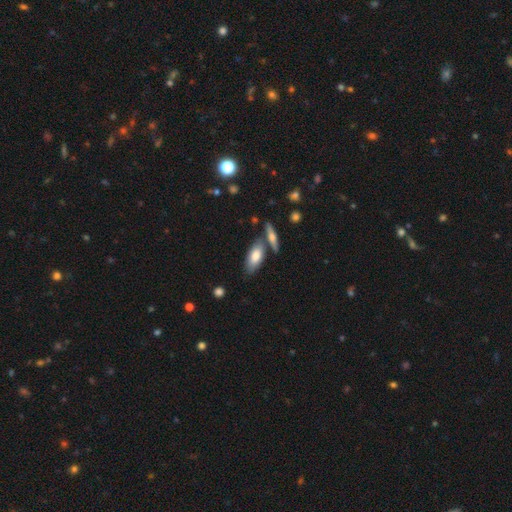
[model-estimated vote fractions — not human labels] A smooth galaxy with no disk features (75%) that is in between round and cigar-shaped (85%). Merging: none (66%).